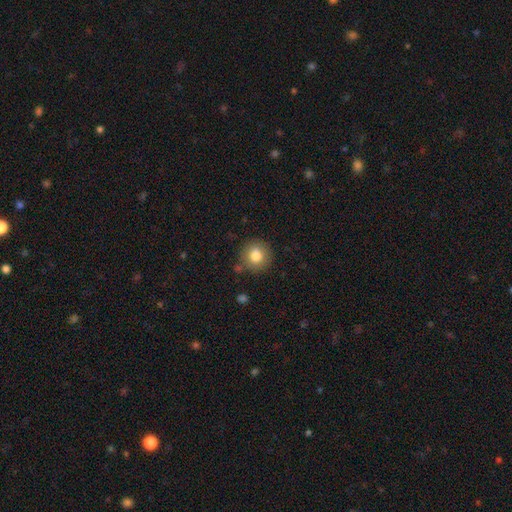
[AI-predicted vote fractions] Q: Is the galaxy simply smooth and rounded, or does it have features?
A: smooth — 82%.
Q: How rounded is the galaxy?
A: round — 89%.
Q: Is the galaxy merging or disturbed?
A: none — 83%.